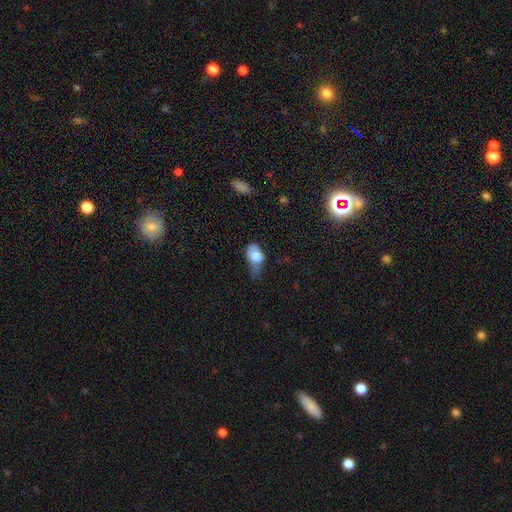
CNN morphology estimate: A smooth galaxy with no disk features (78%) that is in between round and cigar-shaped (83%).

Vote fractions:
- Smooth or featured? smooth: 78% / featured or disk: 14% / star or artifact: 8%
- How rounded? in between: 83% / round: 15% / cigar-shaped: 3%
- Merging? minor disturbance: 42% / major disturbance: 34% / none: 20% / merger: 4%